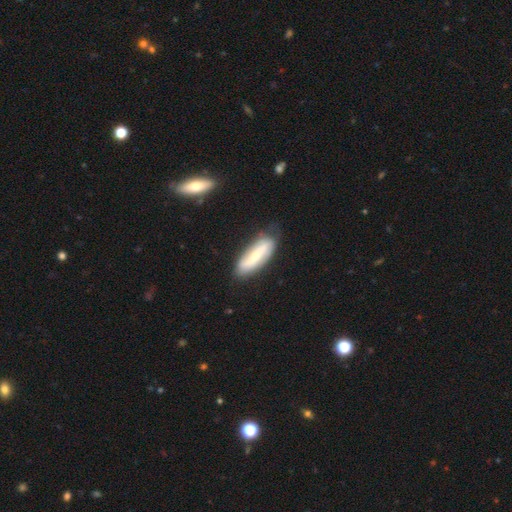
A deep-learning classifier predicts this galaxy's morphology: A featured or disk galaxy (51%).

Vote fractions:
- Smooth or featured? featured or disk: 51% / smooth: 43% / star or artifact: 6%
- Edge-on disk? no: 74% / yes: 26%
- Merging? none: 75% / minor disturbance: 19% / major disturbance: 4% / merger: 2%